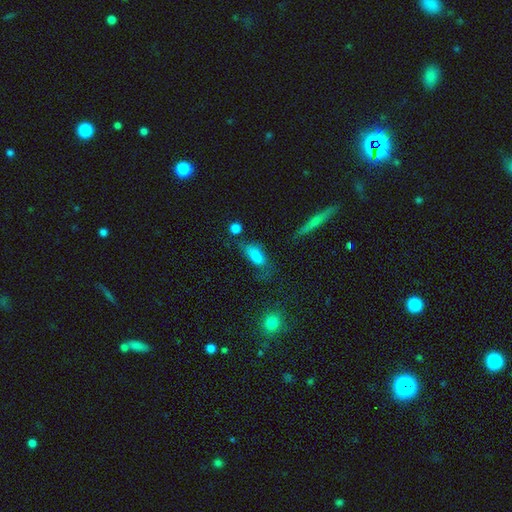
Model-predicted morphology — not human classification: Smooth or featured? smooth (75%)
How rounded? in between (80%)
Merging? none (47%)